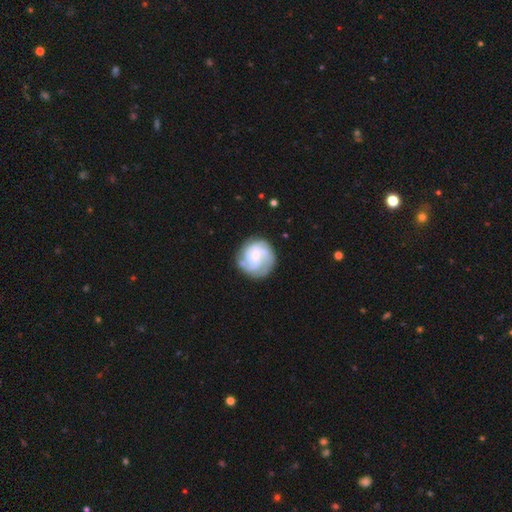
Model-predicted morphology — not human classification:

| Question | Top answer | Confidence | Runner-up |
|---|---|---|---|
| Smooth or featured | featured or disk | 68% | smooth (25%) |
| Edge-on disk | no | 98% | yes (2%) |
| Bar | no | 65% | weak (29%) |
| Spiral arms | yes | 86% | no (14%) |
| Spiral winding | tight | 56% | medium (32%) |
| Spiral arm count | can't tell | 36% | 3 (24%) |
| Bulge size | small | 63% | moderate (25%) |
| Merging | none | 69% | minor disturbance (18%) |